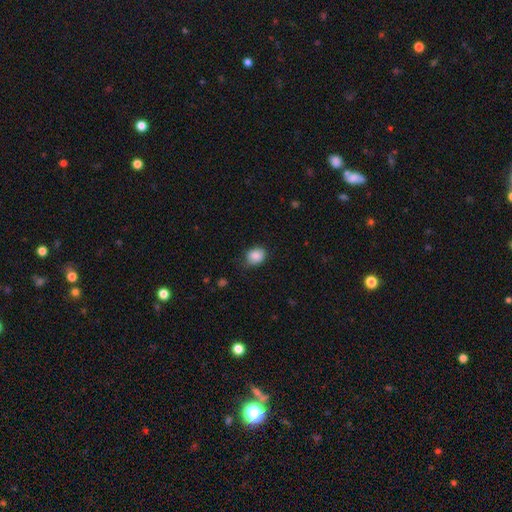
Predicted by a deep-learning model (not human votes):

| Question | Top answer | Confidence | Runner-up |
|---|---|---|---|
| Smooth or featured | smooth | 87% | star or artifact (8%) |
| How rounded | round | 53% | in between (46%) |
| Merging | none | 73% | minor disturbance (21%) |